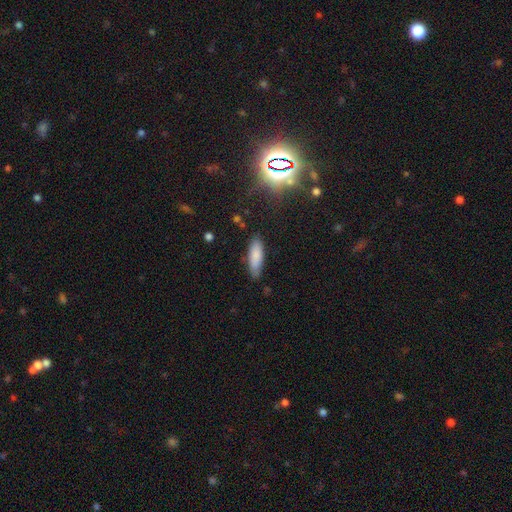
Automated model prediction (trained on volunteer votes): smooth_or_featured: smooth (p=0.84) [alt: featured or disk p=0.10]
how_rounded: in between (p=0.54) [alt: cigar-shaped p=0.45]
merging: none (p=0.81) [alt: minor disturbance p=0.15]